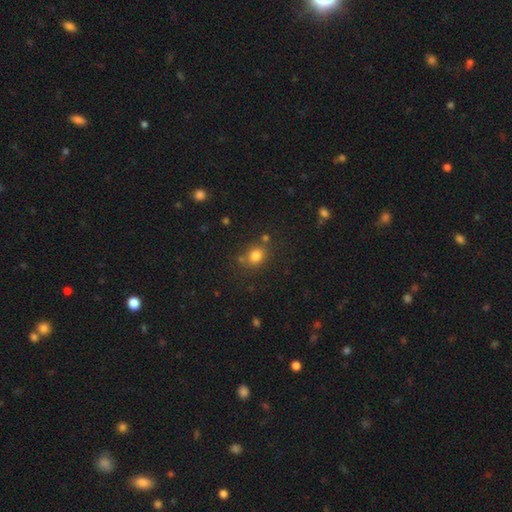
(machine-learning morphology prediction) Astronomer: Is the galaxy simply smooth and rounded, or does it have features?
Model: smooth — 80%.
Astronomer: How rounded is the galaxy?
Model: round — 67%.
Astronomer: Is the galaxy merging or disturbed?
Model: none — 70%.